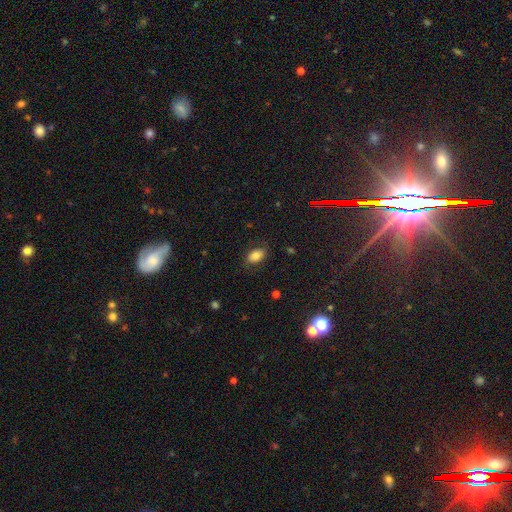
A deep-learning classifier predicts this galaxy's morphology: smooth_or_featured: smooth (p=0.77) [alt: featured or disk p=0.14]
how_rounded: in between (p=0.88) [alt: round p=0.10]
merging: none (p=0.77) [alt: minor disturbance p=0.16]